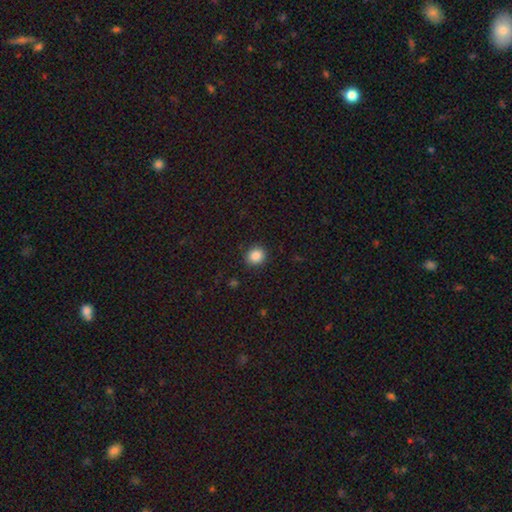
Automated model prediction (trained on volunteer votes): Smooth or featured? Predicted: smooth (p=0.87). How rounded? Predicted: round (p=0.79). Merging? Predicted: none (p=0.89).